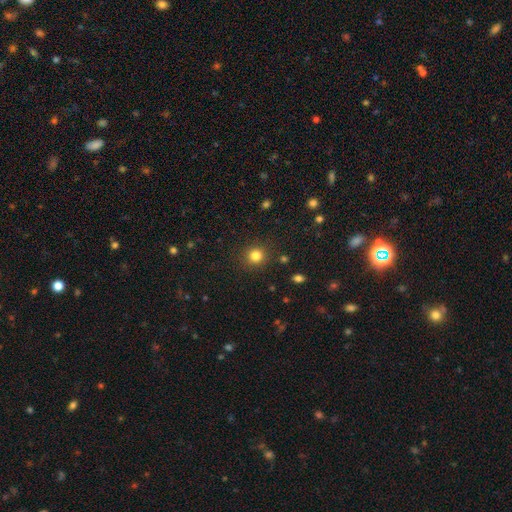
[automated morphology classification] Smooth or featured: smooth — 82% (star or artifact — 13%)
How rounded: round — 91% (in between — 8%)
Merging: none — 89% (minor disturbance — 6%)